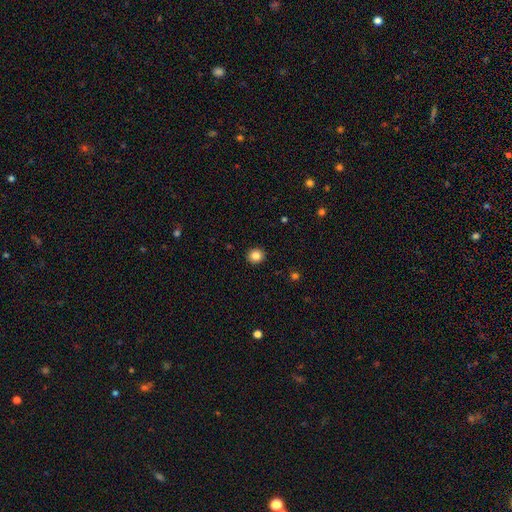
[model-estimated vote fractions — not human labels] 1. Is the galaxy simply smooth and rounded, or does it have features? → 84% smooth, 10% star or artifact, 5% featured or disk.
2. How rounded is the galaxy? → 88% round, 11% in between, 1% cigar-shaped.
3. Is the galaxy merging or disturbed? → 92% none, 5% minor disturbance, 2% major disturbance, 1% merger.